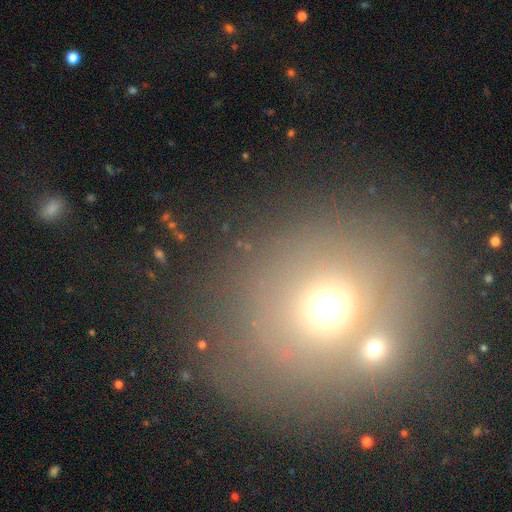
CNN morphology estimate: smooth_or_featured: smooth (p=0.57) [alt: star or artifact p=0.29]
how_rounded: round (p=0.85) [alt: in between p=0.14]
merging: none (p=0.70) [alt: merger p=0.15]